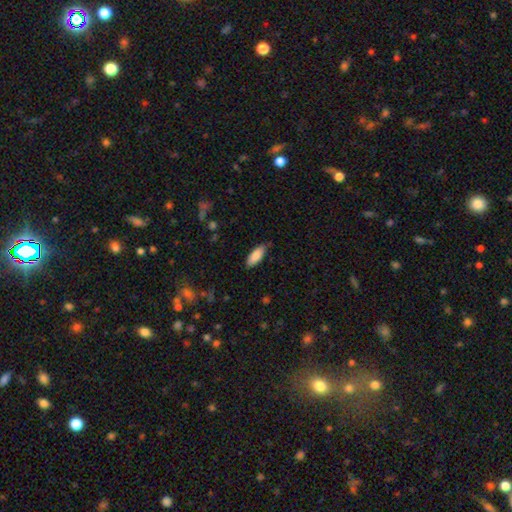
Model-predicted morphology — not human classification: This appears to be a smooth galaxy with no disk features (87%) that is in between round and cigar-shaped (80%). Merging: none (77%).